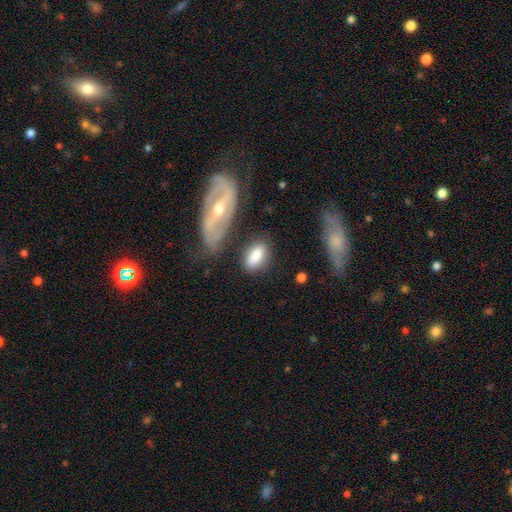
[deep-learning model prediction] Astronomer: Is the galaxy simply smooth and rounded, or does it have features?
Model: smooth — 80%.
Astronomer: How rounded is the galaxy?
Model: in between — 89%.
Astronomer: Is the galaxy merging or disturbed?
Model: none — 67%.